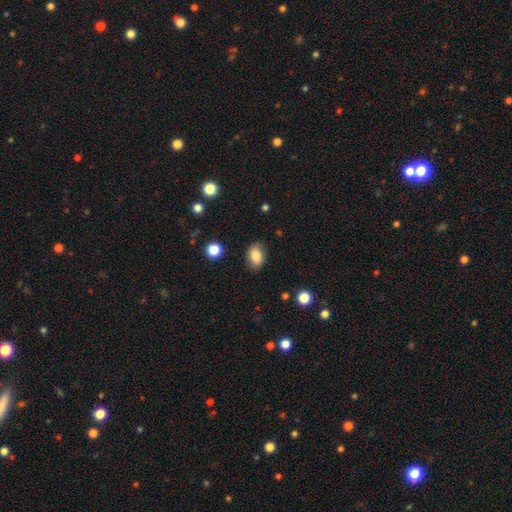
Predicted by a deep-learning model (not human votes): This appears to be a smooth galaxy with no disk features (84%) that is in between round and cigar-shaped (82%). Merging: none (85%).